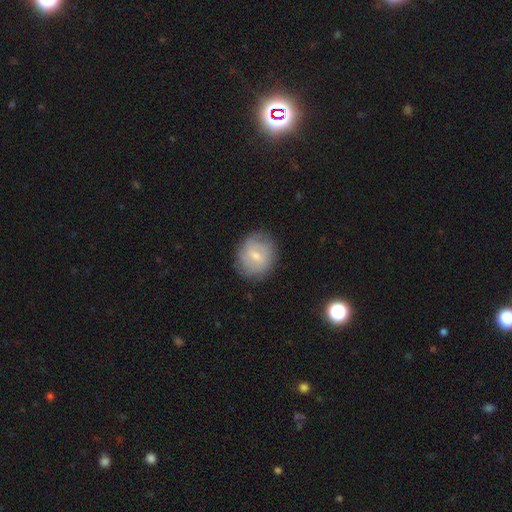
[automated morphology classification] Smooth or featured: smooth — 51% (featured or disk — 41%)
How rounded: round — 77% (in between — 22%)
Merging: none — 80% (minor disturbance — 14%)